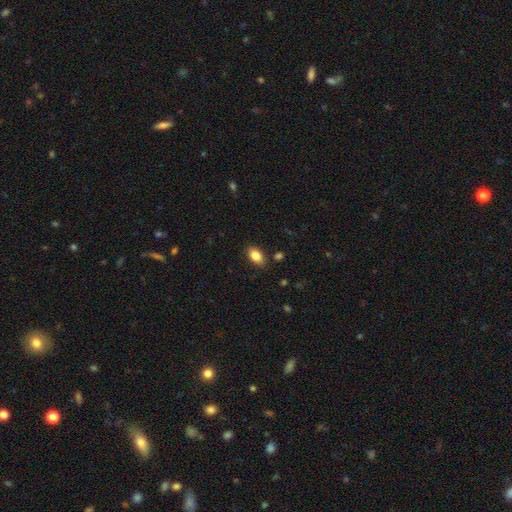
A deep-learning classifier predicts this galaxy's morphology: Overall: smooth (84%). How rounded: in between (90%). Merging: none (84%).